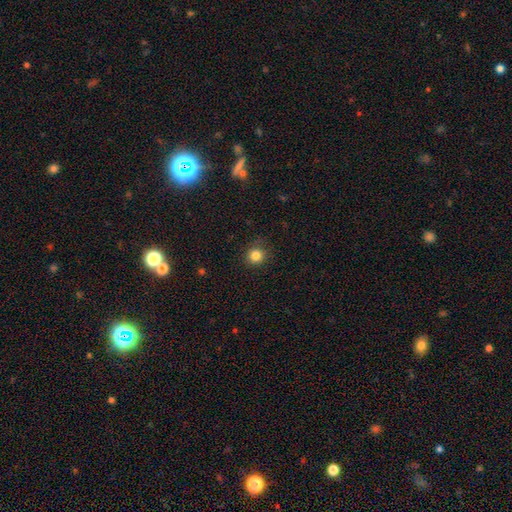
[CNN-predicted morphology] Smooth or featured: smooth — 83% (star or artifact — 12%)
How rounded: round — 91% (in between — 8%)
Merging: none — 87% (minor disturbance — 10%)